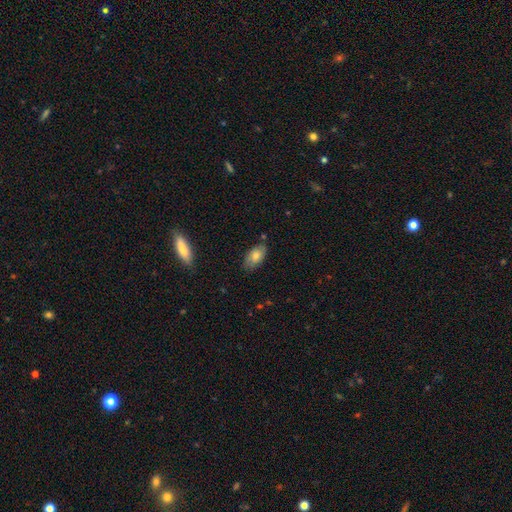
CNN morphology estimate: smooth-or-featured: smooth: 72% | featured or disk: 21% | star or artifact: 7%
  how-rounded: in between: 93% | round: 4% | cigar-shaped: 3%
  merging: none: 76% | minor disturbance: 18% | major disturbance: 3% | merger: 2%